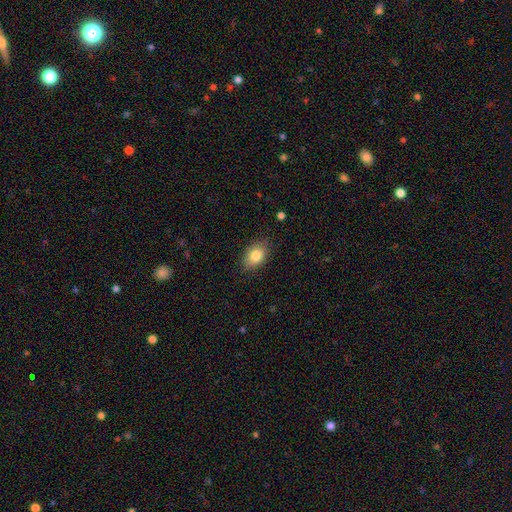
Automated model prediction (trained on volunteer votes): smooth-or-featured: smooth: 82% | featured or disk: 10% | star or artifact: 8%
  how-rounded: in between: 82% | round: 17% | cigar-shaped: 1%
  merging: none: 82% | minor disturbance: 14% | major disturbance: 3% | merger: 1%